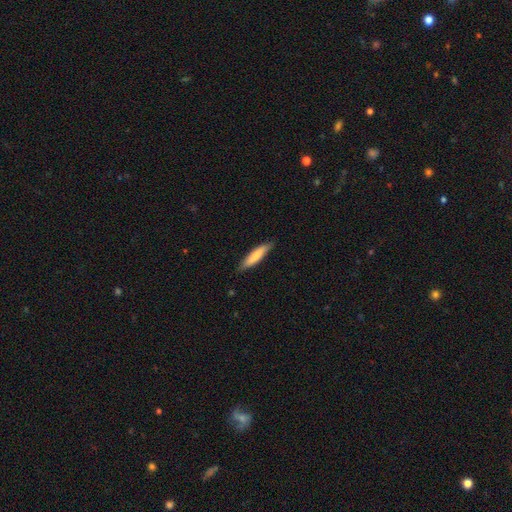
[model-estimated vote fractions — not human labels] Smooth or featured? Predicted: smooth (p=0.76). How rounded? Predicted: cigar-shaped (p=0.81). Merging? Predicted: none (p=0.85).